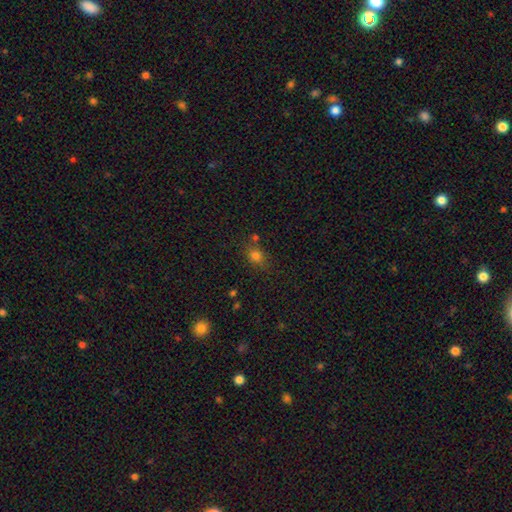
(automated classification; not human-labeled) This appears to be a smooth galaxy with no disk features (76%) that is round (54%). Merging: none (70%).